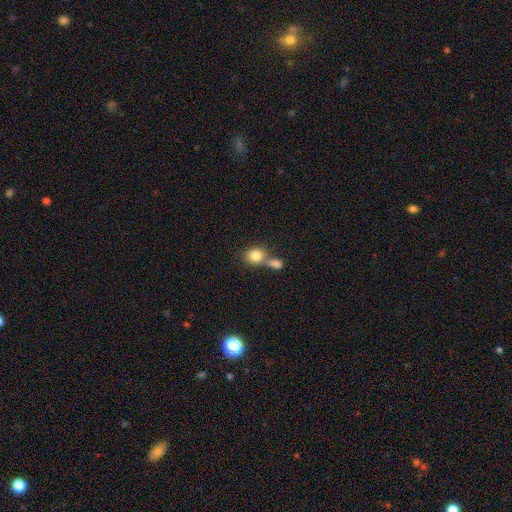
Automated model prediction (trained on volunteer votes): smooth-or-featured: smooth: 83% | star or artifact: 9% | featured or disk: 9%
  how-rounded: round: 58% | in between: 41% | cigar-shaped: 2%
  merging: merger: 49% | none: 38% | minor disturbance: 9% | major disturbance: 4%